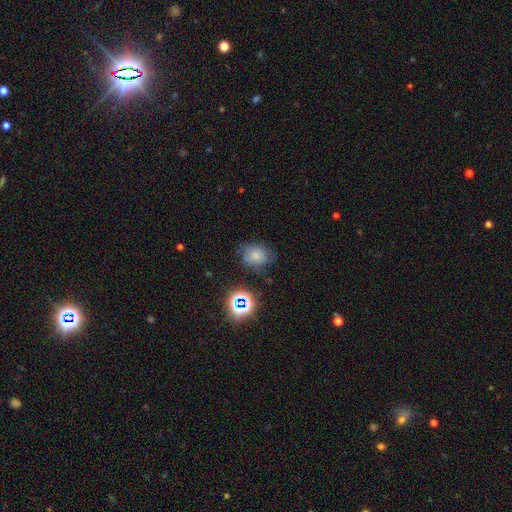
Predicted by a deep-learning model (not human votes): Smooth or featured: smooth — 67% (star or artifact — 20%)
How rounded: round — 51% (in between — 48%)
Merging: none — 67% (minor disturbance — 23%)